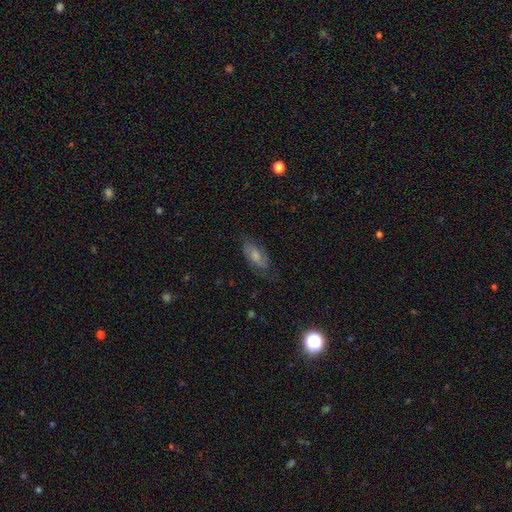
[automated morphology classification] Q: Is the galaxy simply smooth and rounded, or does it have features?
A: smooth — 48%.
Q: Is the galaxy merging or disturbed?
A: none — 69%.